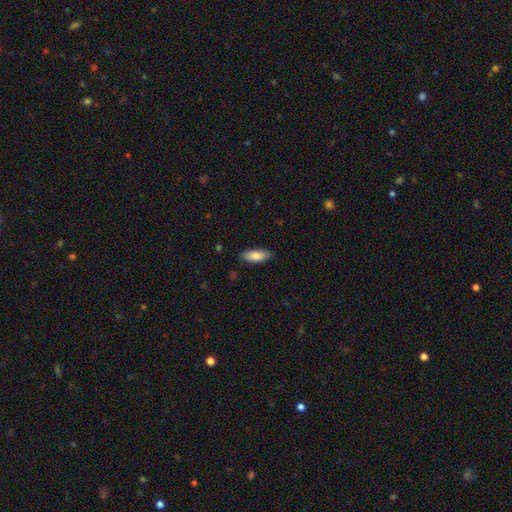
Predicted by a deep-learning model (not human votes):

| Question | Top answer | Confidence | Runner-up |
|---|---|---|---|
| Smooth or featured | smooth | 82% | featured or disk (12%) |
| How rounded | in between | 75% | cigar-shaped (23%) |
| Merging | none | 88% | minor disturbance (10%) |